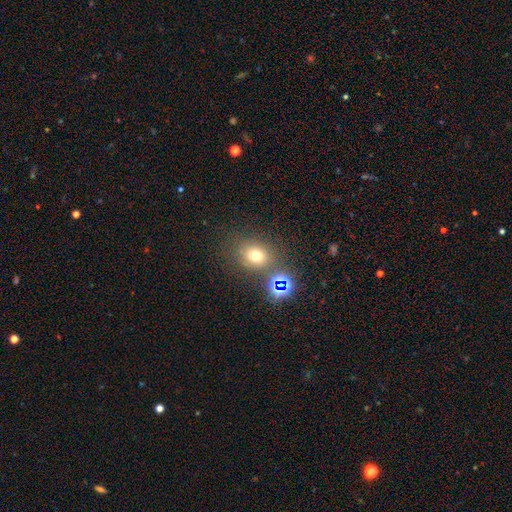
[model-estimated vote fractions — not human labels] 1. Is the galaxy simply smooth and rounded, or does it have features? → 67% smooth, 23% star or artifact, 10% featured or disk.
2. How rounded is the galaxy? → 71% round, 28% in between, 1% cigar-shaped.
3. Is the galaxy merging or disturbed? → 71% none, 12% merger, 11% minor disturbance, 6% major disturbance.